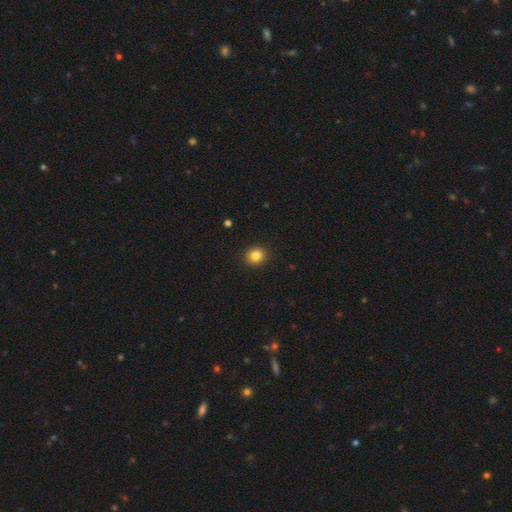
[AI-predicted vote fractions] This is clearly a smooth galaxy (85%). How rounded: likely round (79%). Merging: clearly none (92%).